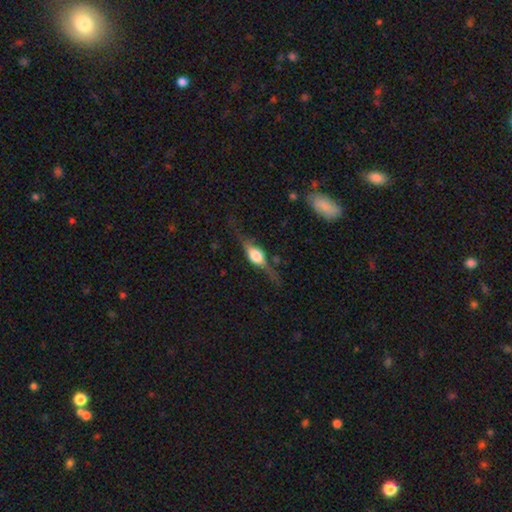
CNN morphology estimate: Smooth or featured? Predicted: featured or disk (p=0.72). Edge-on disk? Predicted: yes (p=0.94). Edge-on bulge? Predicted: rounded (p=0.89). Merging? Predicted: none (p=0.73).